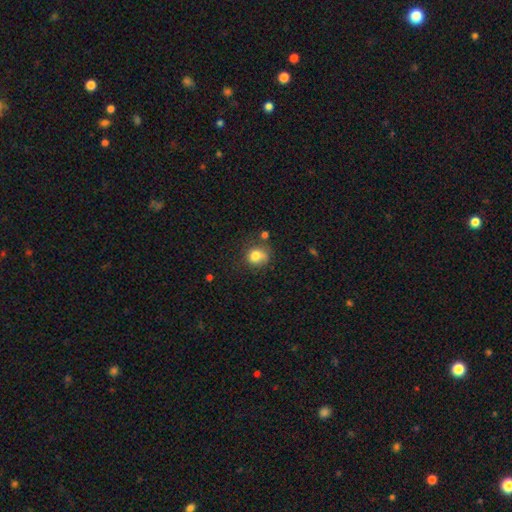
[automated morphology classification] This appears to be a smooth galaxy with no disk features (79%) that is round (75%). Merging: none (57%).